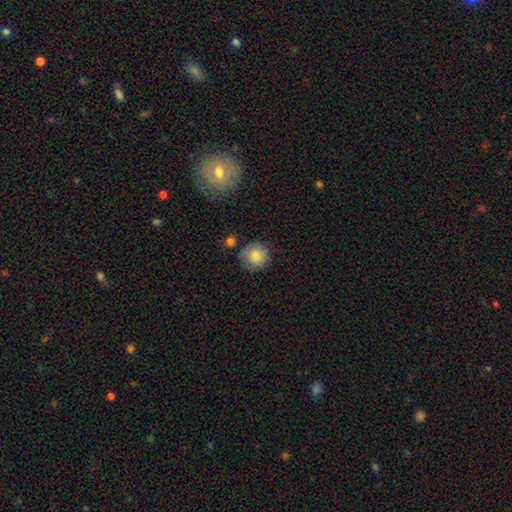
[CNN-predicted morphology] Smooth or featured? Predicted: smooth (p=0.82). How rounded? Predicted: round (p=0.93). Merging? Predicted: none (p=0.79).